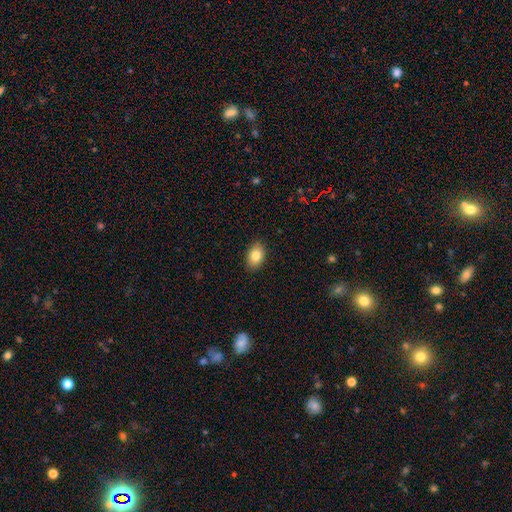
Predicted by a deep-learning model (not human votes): A smooth galaxy with no disk features (84%) that is in between round and cigar-shaped (83%).

Vote fractions:
- Smooth or featured? smooth: 84% / featured or disk: 8% / star or artifact: 8%
- How rounded? in between: 83% / round: 16% / cigar-shaped: 1%
- Merging? none: 88% / minor disturbance: 9% / major disturbance: 2% / merger: 1%